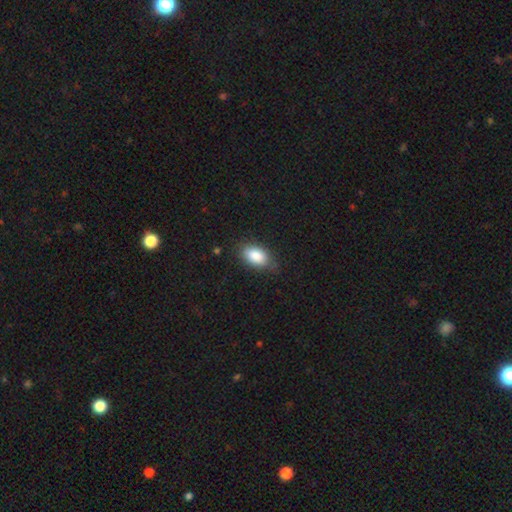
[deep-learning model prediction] Morphology: type=smooth (86%); roundness=in between (92%); merging=none (75%).